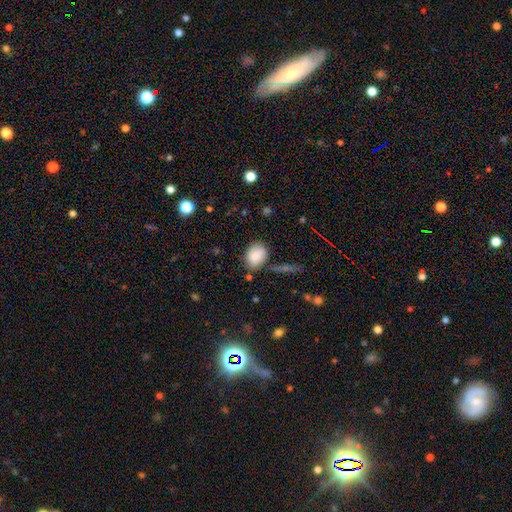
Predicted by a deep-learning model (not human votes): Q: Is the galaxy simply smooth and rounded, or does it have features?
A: smooth — 81%.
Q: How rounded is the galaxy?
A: in between — 65%.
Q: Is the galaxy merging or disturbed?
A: none — 67%.